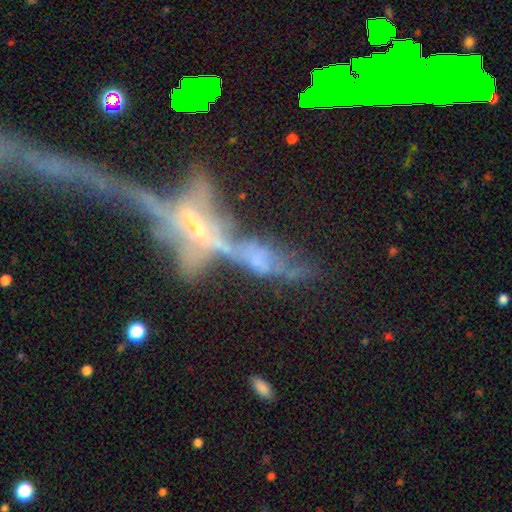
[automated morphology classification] Smooth or featured: featured or disk — 69% (smooth — 18%)
Edge-on disk: yes — 56% (no — 44%)
Merging: merger — 62% (none — 15%)